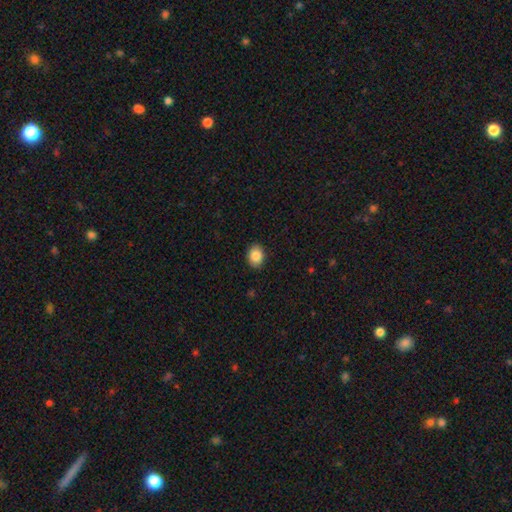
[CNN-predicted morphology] A smooth galaxy with no disk features (87%) that is in between round and cigar-shaped (58%).

Vote fractions:
- Smooth or featured? smooth: 87% / star or artifact: 8% / featured or disk: 5%
- How rounded? in between: 58% / round: 41% / cigar-shaped: 1%
- Merging? none: 89% / minor disturbance: 8% / major disturbance: 2% / merger: 1%